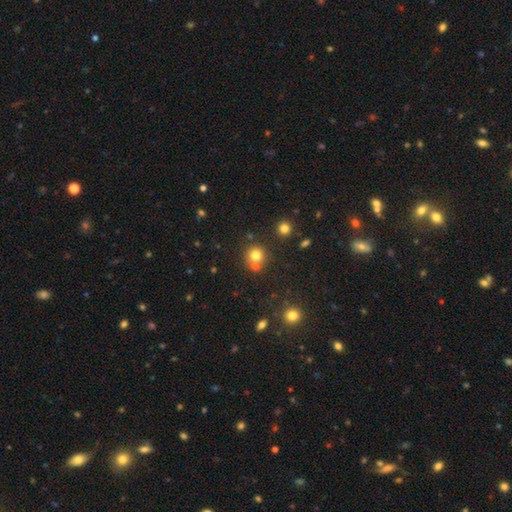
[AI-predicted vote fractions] A smooth galaxy with no disk features (76%) that is round (90%). Merging: none (64%).